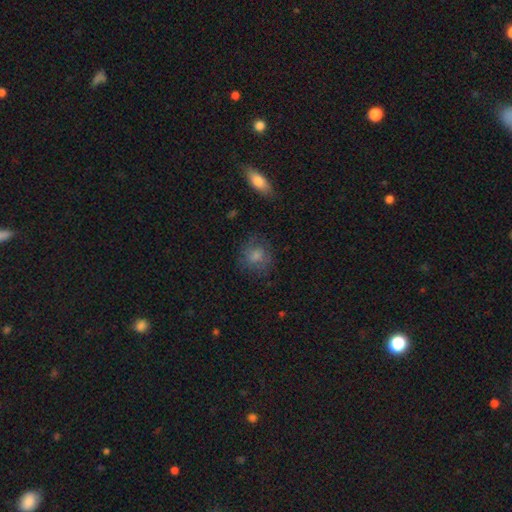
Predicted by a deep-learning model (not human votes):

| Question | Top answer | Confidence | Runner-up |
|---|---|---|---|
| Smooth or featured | smooth | 74% | featured or disk (16%) |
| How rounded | round | 78% | in between (21%) |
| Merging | none | 70% | minor disturbance (19%) |